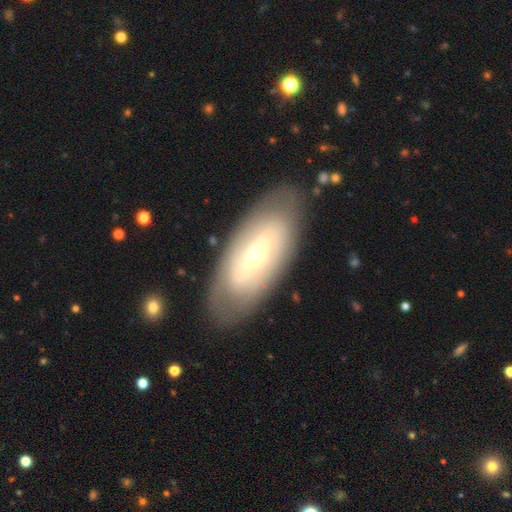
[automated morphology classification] A featured or disk galaxy (61%) with no bar (47%), no spiral arms (58%) and a small central bulge (57%). Merging: none (82%).